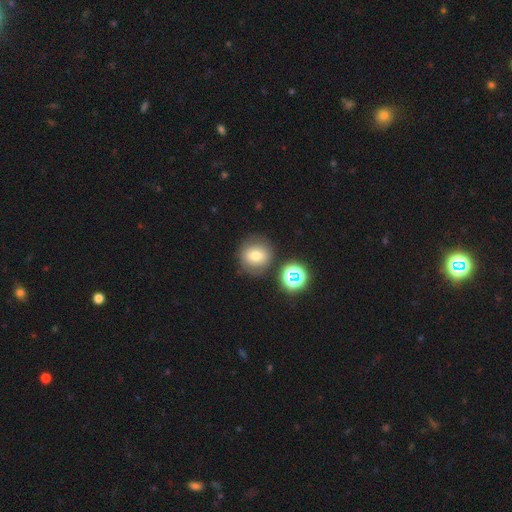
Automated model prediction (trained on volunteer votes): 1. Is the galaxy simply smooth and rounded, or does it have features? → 67% smooth, 17% featured or disk, 16% star or artifact.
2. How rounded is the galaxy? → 89% round, 10% in between, 1% cigar-shaped.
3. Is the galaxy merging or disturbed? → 76% none, 12% minor disturbance, 8% merger, 5% major disturbance.